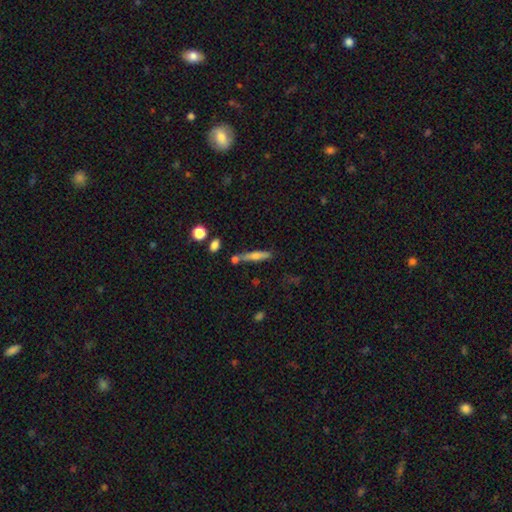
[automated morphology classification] A smooth galaxy with no disk features (50%).

Vote fractions:
- Smooth or featured? smooth: 50% / featured or disk: 40% / star or artifact: 10%
- Merging? none: 70% / minor disturbance: 14% / merger: 12% / major disturbance: 4%